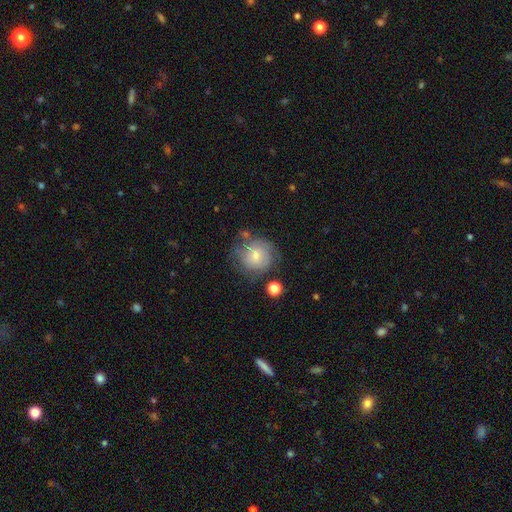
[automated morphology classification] This appears to be a smooth galaxy with no disk features (50%) that is round (85%). Merging: none (59%).